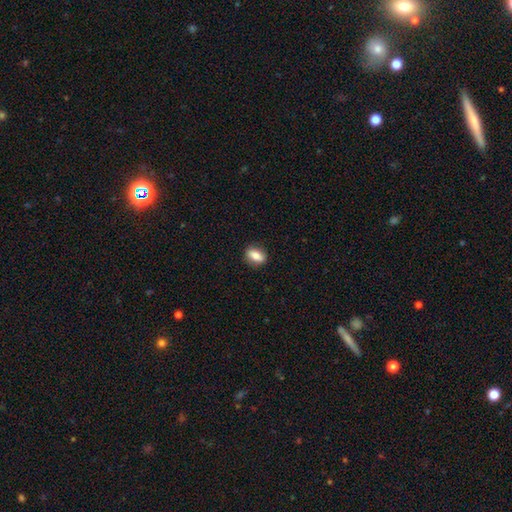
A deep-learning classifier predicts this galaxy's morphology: smooth_or_featured: smooth (p=0.79) [alt: featured or disk p=0.13]
how_rounded: in between (p=0.77) [alt: round p=0.16]
merging: none (p=0.87) [alt: minor disturbance p=0.10]